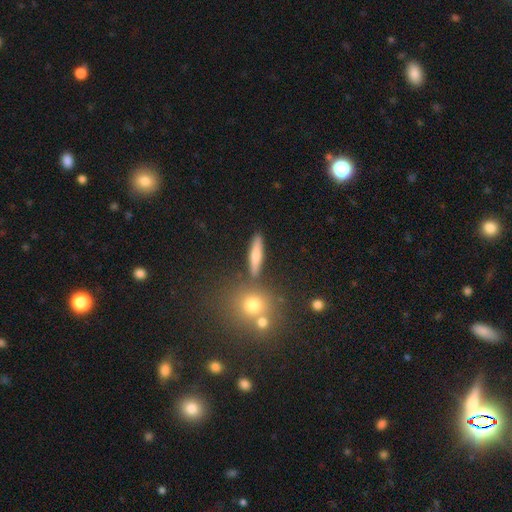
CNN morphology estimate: smooth-or-featured: smooth: 70% | featured or disk: 22% | star or artifact: 8%
  how-rounded: cigar-shaped: 73% | in between: 20% | round: 7%
  merging: none: 80% | minor disturbance: 9% | merger: 7% | major disturbance: 3%